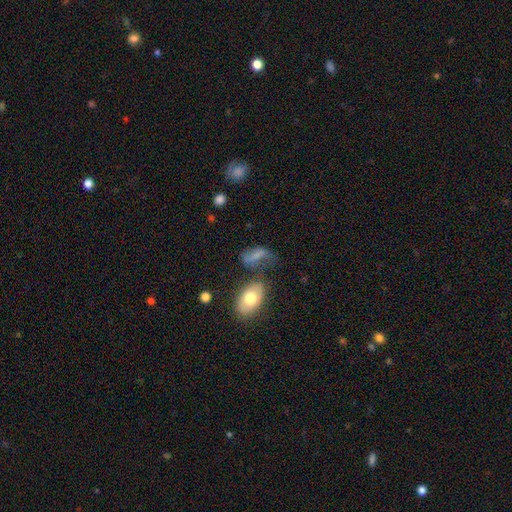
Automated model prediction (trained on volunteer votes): This appears to be a smooth galaxy with no disk features (62%) that is in between round and cigar-shaped (83%). Merging: none (40%).